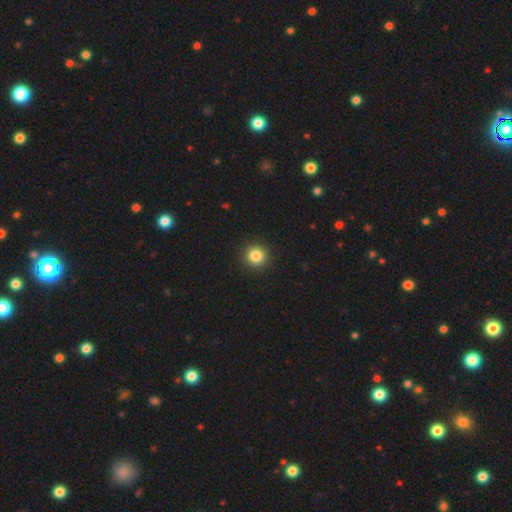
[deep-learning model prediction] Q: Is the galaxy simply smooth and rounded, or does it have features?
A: smooth — 84%.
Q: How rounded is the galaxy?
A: round — 94%.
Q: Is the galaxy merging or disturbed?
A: none — 93%.